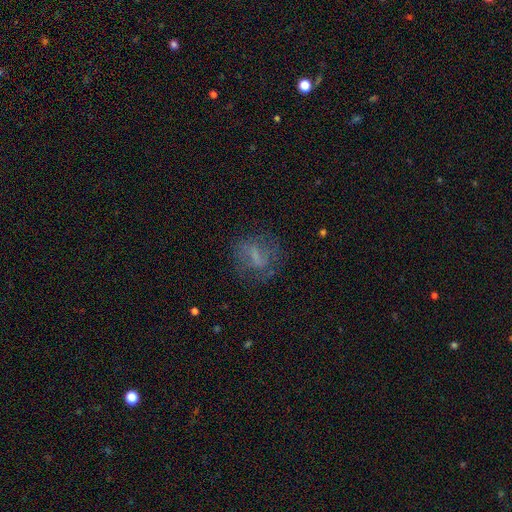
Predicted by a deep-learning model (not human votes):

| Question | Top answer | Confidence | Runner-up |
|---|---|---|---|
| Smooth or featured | featured or disk | 44% | smooth (42%) |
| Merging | none | 64% | minor disturbance (18%) |